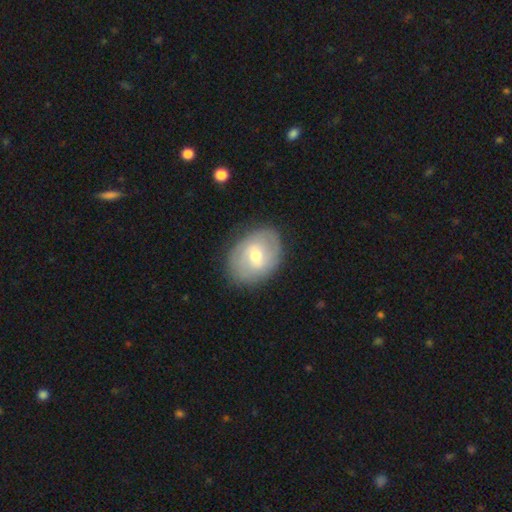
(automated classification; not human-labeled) smooth-or-featured: smooth: 47% | featured or disk: 46% | star or artifact: 7%
  merging: none: 80% | minor disturbance: 15% | major disturbance: 4% | merger: 1%